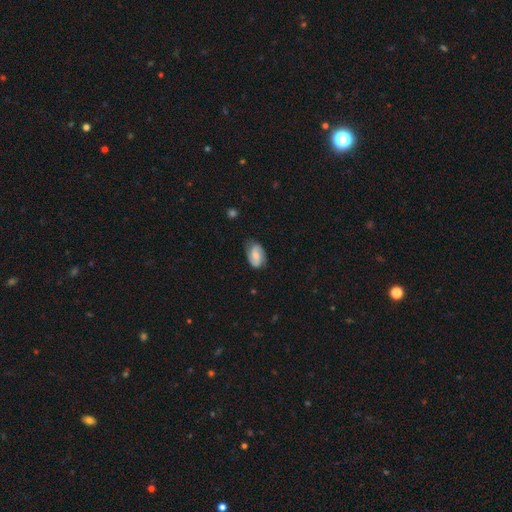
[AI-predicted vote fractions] Smooth or featured: featured or disk — 56% (smooth — 37%)
Edge-on disk: no — 97% (yes — 3%)
Bar: no — 43% (tied with weak — 43%)
Spiral arms: yes — 91% (no — 9%)
Bulge size: moderate — 39% (small — 36%)
Merging: none — 75% (minor disturbance — 19%)